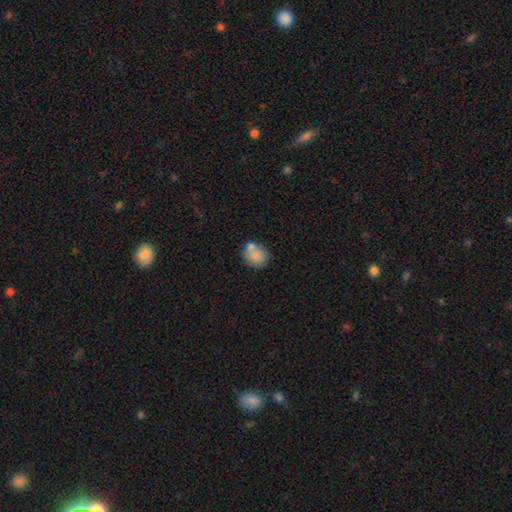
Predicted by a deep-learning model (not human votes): A smooth galaxy with no disk features (81%) that is round (67%). Merging: none (56%).